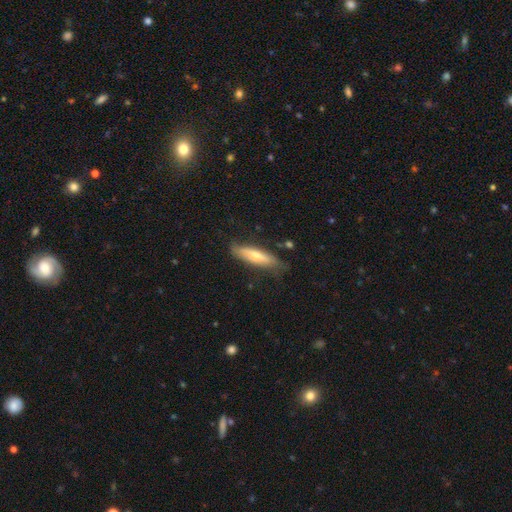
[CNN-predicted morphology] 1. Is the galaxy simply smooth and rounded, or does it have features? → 61% smooth, 33% featured or disk, 6% star or artifact.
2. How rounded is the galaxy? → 66% cigar-shaped, 32% in between, 2% round.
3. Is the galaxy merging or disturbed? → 70% none, 23% minor disturbance, 5% major disturbance, 2% merger.